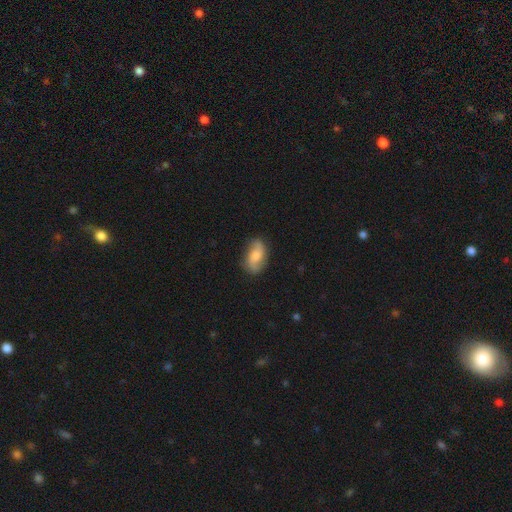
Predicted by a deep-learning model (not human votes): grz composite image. It shows a featured or disk galaxy (49%). Merging: none (78%).